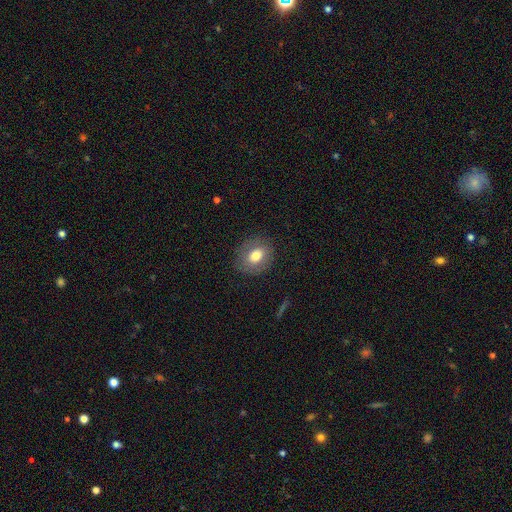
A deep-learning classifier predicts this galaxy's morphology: Smooth or featured?
  - smooth: 71% *
  - featured or disk: 20%
  - star or artifact: 9%
How rounded?
  - in between: 51% *
  - round: 48%
  - cigar-shaped: 1%
Merging?
  - none: 81% *
  - minor disturbance: 13%
  - major disturbance: 5%
  - merger: 1%